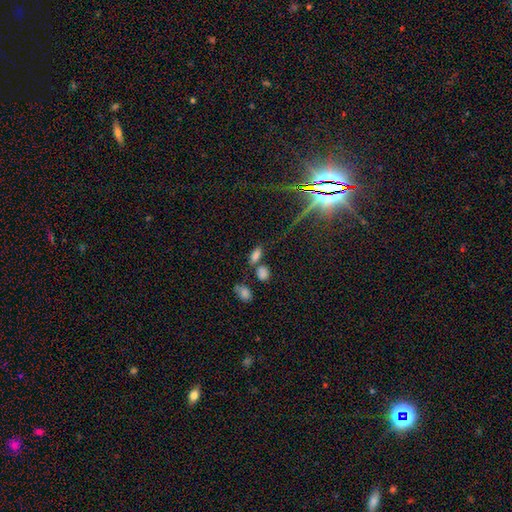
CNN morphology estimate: This is likely a smooth galaxy (77%). How rounded: clearly in between (81%). Merging: possibly none (59%).